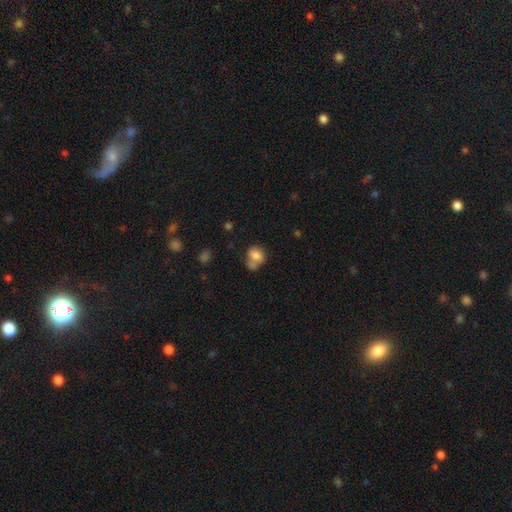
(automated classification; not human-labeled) Smooth or featured?
  - smooth: 77% *
  - featured or disk: 14%
  - star or artifact: 9%
How rounded?
  - round: 54% *
  - in between: 45%
  - cigar-shaped: 1%
Merging?
  - none: 36% *
  - merger: 35%
  - minor disturbance: 19%
  - major disturbance: 9%